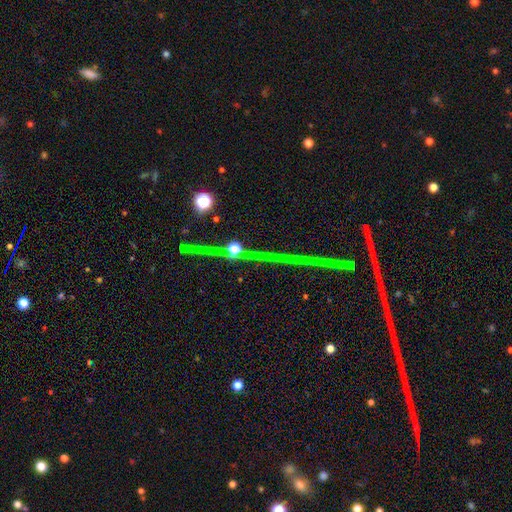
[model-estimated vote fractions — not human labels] Smooth or featured? Predicted: star or artifact (p=0.61).